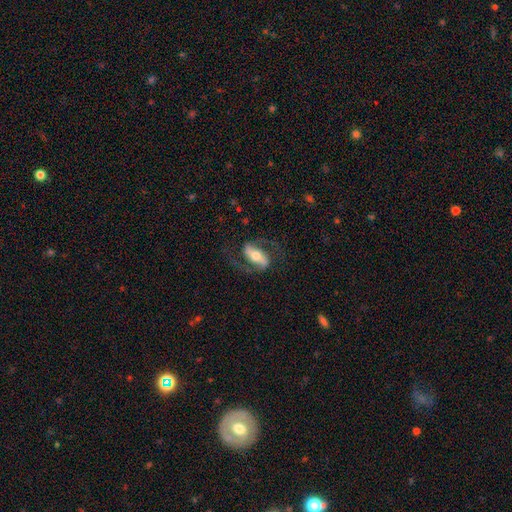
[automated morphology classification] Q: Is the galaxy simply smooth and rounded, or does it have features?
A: featured or disk — 84%.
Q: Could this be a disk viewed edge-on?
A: no — 94%.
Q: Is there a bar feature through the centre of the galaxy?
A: strong — 58%.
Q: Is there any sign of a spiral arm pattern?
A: yes — 95%.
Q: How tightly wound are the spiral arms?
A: medium — 50%.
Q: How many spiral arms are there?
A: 2 — 92%.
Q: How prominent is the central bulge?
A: moderate — 62%.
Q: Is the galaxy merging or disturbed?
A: none — 75%.